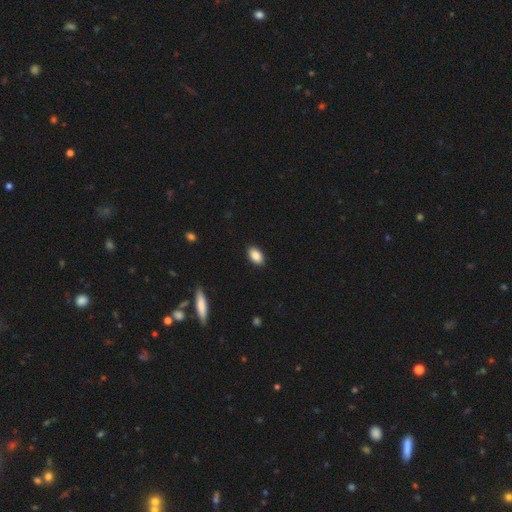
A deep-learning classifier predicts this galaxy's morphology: smooth-or-featured: smooth: 88% | star or artifact: 7% | featured or disk: 5%
  how-rounded: in between: 92% | round: 6% | cigar-shaped: 2%
  merging: none: 89% | minor disturbance: 8% | major disturbance: 2% | merger: 1%